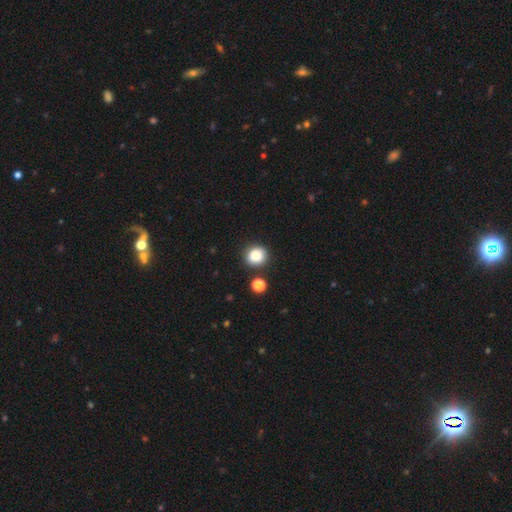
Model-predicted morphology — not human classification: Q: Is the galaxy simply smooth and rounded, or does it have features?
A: smooth — 85%.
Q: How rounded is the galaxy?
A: round — 84%.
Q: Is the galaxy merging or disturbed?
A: none — 80%.